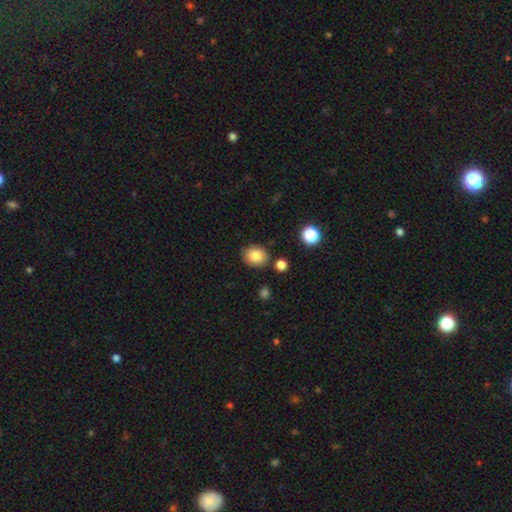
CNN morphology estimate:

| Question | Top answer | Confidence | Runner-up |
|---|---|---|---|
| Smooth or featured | smooth | 83% | star or artifact (10%) |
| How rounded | round | 61% | in between (38%) |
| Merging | none | 82% | minor disturbance (11%) |